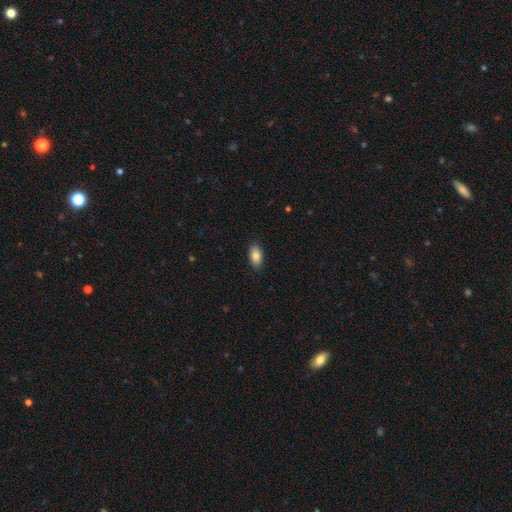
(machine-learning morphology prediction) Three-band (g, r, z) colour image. It shows a smooth galaxy with no disk features (85%) that is in between round and cigar-shaped (92%). Merging: none (88%).